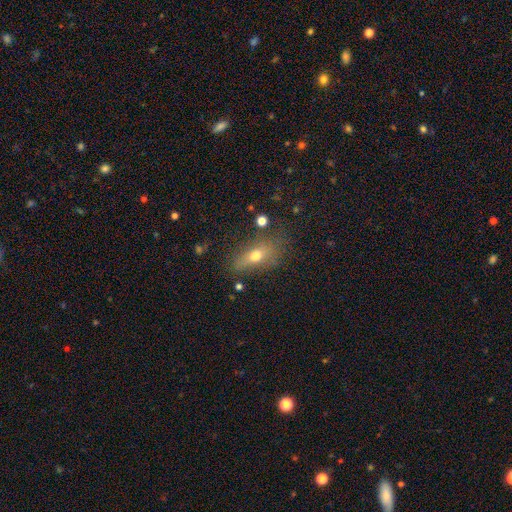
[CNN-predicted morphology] Smooth or featured? smooth (65%)
How rounded? in between (73%)
Merging? none (59%)